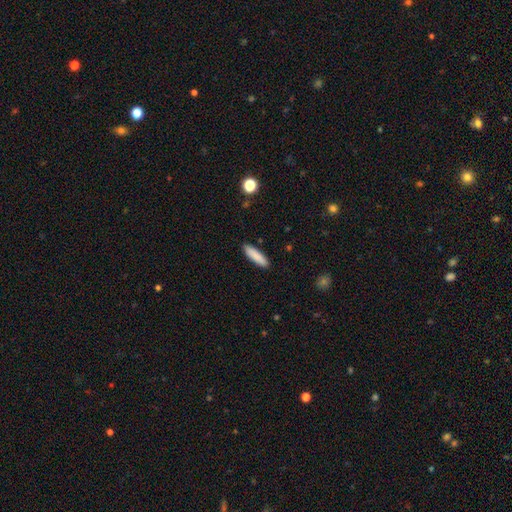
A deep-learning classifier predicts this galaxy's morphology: Overall: smooth (87%). How rounded: cigar-shaped (73%). Merging: none (90%).